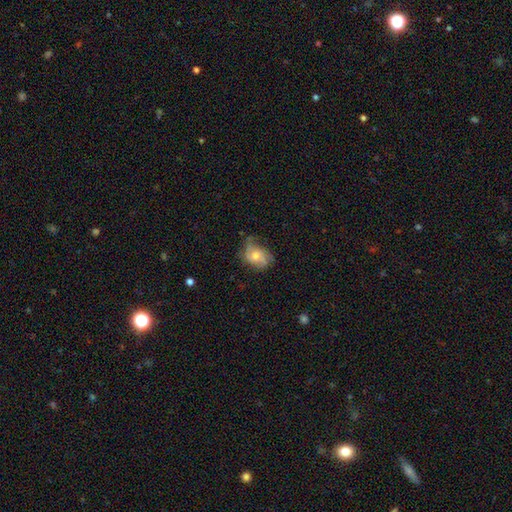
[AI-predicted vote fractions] Smooth or featured? Predicted: featured or disk (p=0.60). Edge-on disk? Predicted: no (p=0.97). Bar? Predicted: no (p=0.72). Spiral arms? Predicted: yes (p=0.84). Bulge size? Predicted: moderate (p=0.61). Merging? Predicted: none (p=0.56).